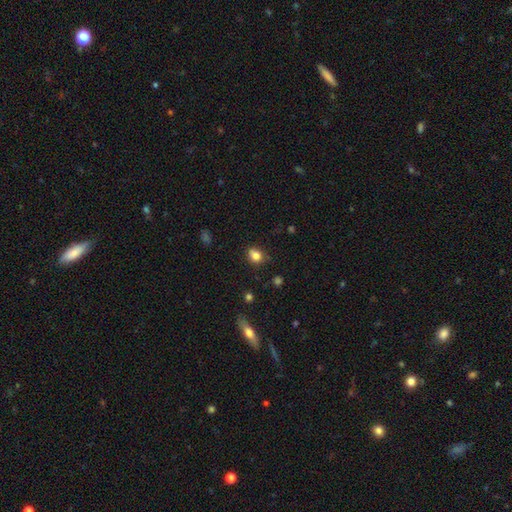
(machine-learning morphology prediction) This appears to be a smooth galaxy with no disk features (80%) that is round (57%). Merging: none (64%).